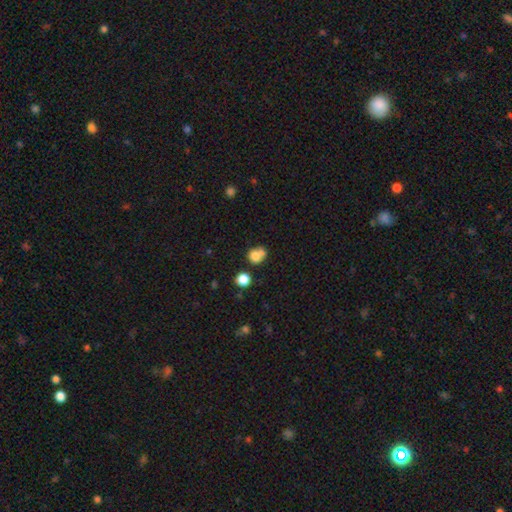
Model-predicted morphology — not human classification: Smooth or featured: smooth — 78% (star or artifact — 12%)
How rounded: round — 77% (in between — 22%)
Merging: none — 42% (merger — 40%)